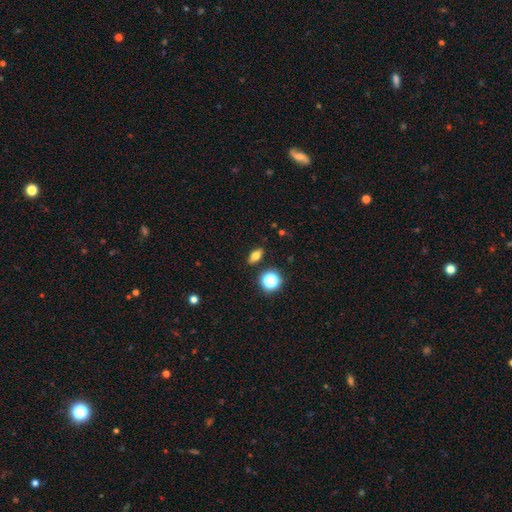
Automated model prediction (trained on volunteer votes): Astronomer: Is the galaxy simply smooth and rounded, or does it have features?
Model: smooth — 64%.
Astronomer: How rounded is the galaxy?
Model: in between — 68%.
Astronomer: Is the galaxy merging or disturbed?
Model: none — 87%.